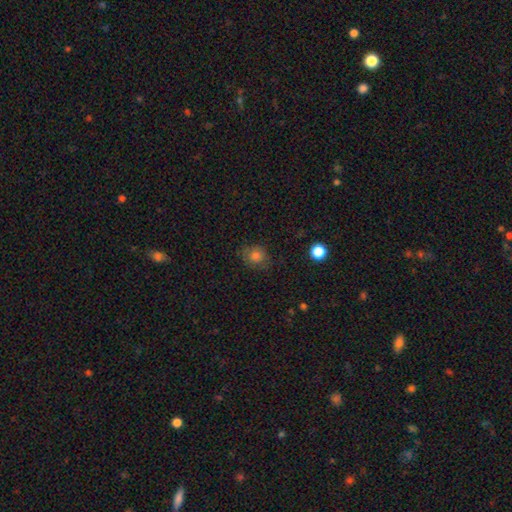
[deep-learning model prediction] Smooth or featured?
  - smooth: 78% *
  - star or artifact: 14%
  - featured or disk: 8%
How rounded?
  - round: 75% *
  - in between: 24%
  - cigar-shaped: 1%
Merging?
  - none: 78% *
  - minor disturbance: 16%
  - major disturbance: 4%
  - merger: 1%